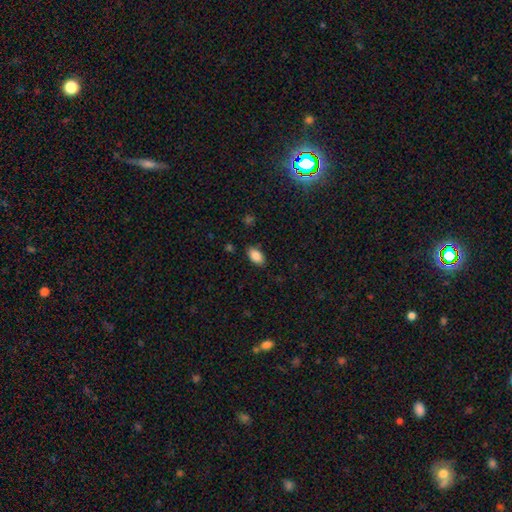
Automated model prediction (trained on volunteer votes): This is clearly a smooth galaxy (87%). How rounded: clearly in between (93%). Merging: clearly none (85%).